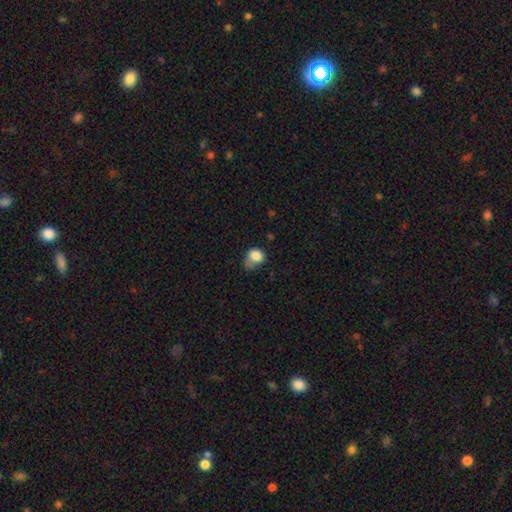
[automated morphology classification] Smooth or featured? smooth (81%)
How rounded? round (52%)
Merging? minor disturbance (37%)